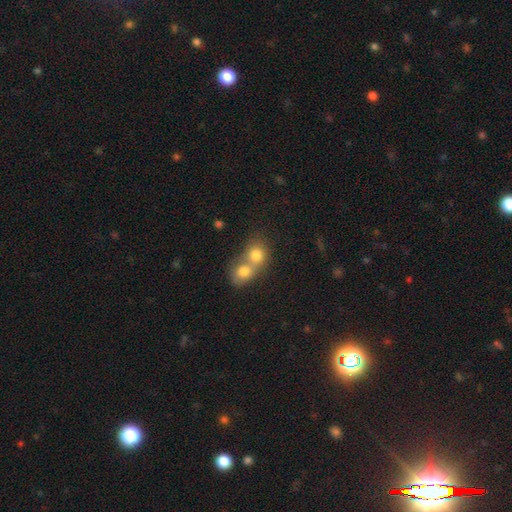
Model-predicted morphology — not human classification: This is likely a smooth galaxy (76%). How rounded: likely round (68%). Merging: likely merger (71%).